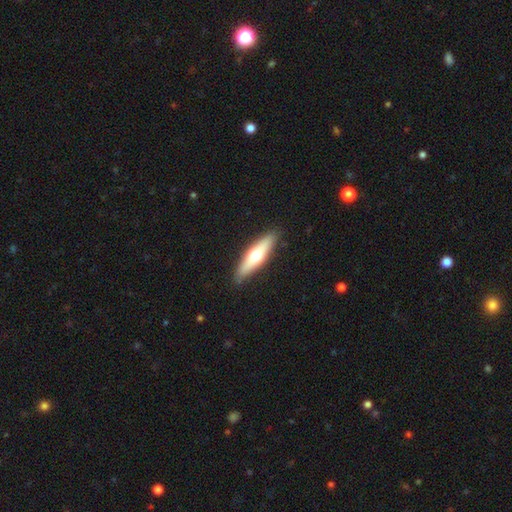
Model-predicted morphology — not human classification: This appears to be a smooth galaxy with no disk features (50%). Merging: none (89%).